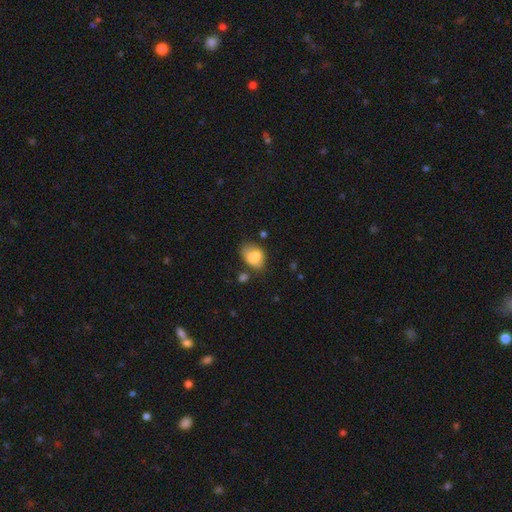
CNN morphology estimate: Smooth or featured? Predicted: smooth (p=0.72). How rounded? Predicted: in between (p=0.75). Merging? Predicted: none (p=0.38).